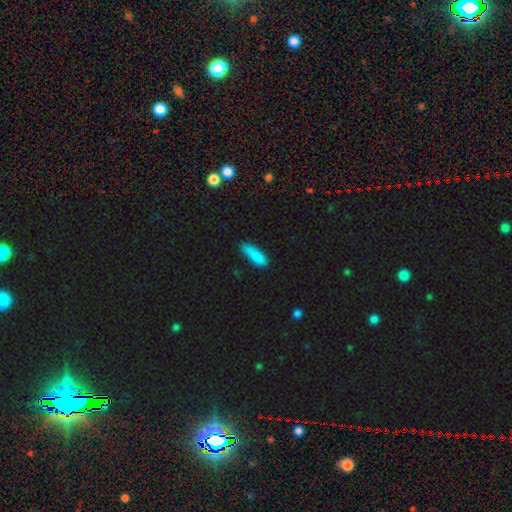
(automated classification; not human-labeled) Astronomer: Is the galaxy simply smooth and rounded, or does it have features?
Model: smooth — 87%.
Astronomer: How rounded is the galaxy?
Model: in between — 56% (runner-up: cigar-shaped, 42%).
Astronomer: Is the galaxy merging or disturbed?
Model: none — 69%.